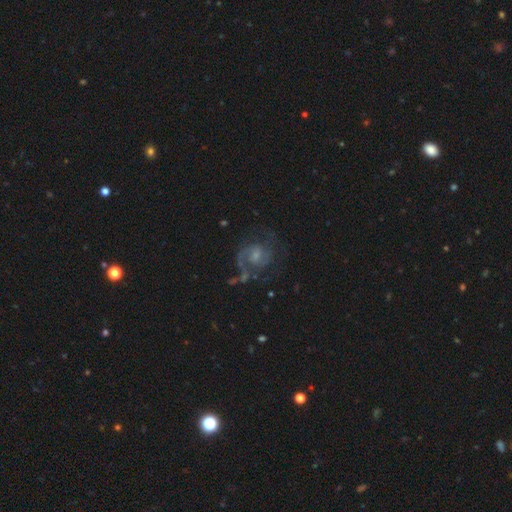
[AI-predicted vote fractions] smooth_or_featured: featured or disk (p=0.77) [alt: star or artifact p=0.12]
disk_edge_on: no (p=0.98) [alt: yes p=0.02]
bar: no (p=0.55) [alt: weak p=0.38]
has_spiral_arms: yes (p=0.92) [alt: no p=0.08]
spiral_winding: medium (p=0.49) [alt: tight p=0.32]
spiral_arm_count: 2 (p=0.67) [alt: can't tell p=0.13]
bulge_size: small (p=0.46) [alt: moderate p=0.36]
merging: none (p=0.61) [alt: major disturbance p=0.17]